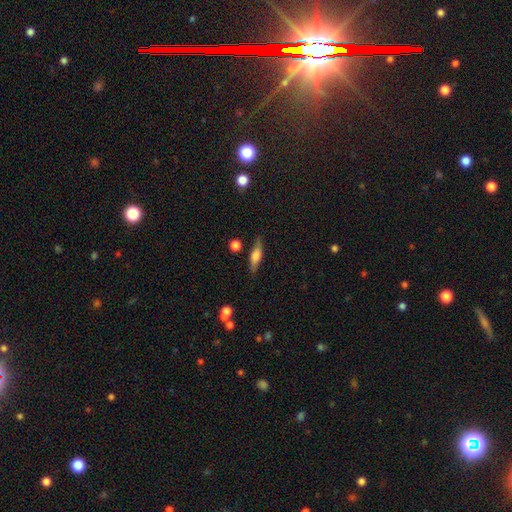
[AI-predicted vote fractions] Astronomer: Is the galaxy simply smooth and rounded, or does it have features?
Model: smooth — 58% (runner-up: featured or disk, 35%).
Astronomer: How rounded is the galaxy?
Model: cigar-shaped — 60% (runner-up: in between, 36%).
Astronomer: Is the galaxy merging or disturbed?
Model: none — 78%.